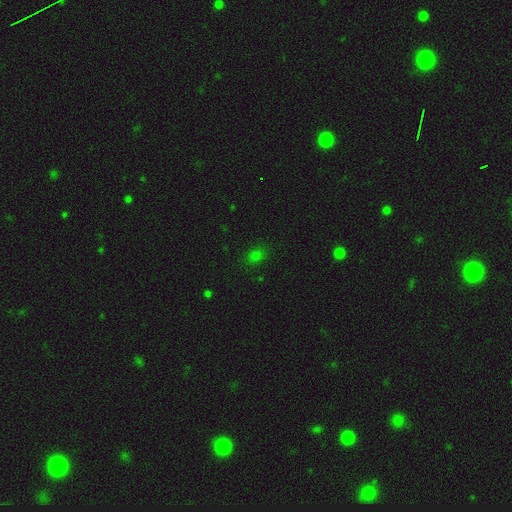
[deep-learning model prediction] smooth-or-featured: smooth: 72% | star or artifact: 24% | featured or disk: 5%
  how-rounded: in between: 64% | round: 34% | cigar-shaped: 2%
  merging: none: 82% | minor disturbance: 12% | major disturbance: 4% | merger: 2%